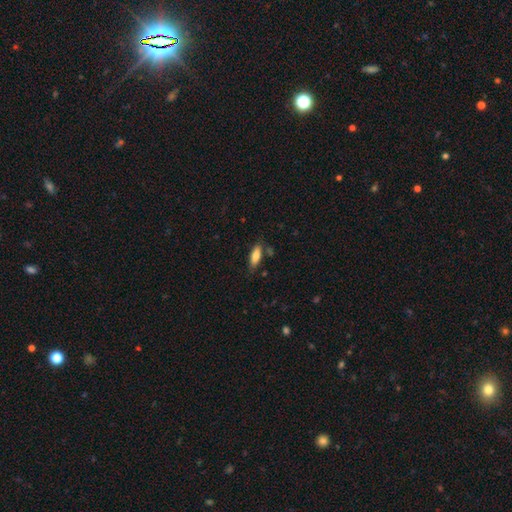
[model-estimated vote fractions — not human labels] Smooth or featured?
  - smooth: 81% *
  - featured or disk: 12%
  - star or artifact: 7%
How rounded?
  - in between: 65% *
  - cigar-shaped: 33%
  - round: 2%
Merging?
  - none: 75% *
  - minor disturbance: 16%
  - merger: 5%
  - major disturbance: 4%